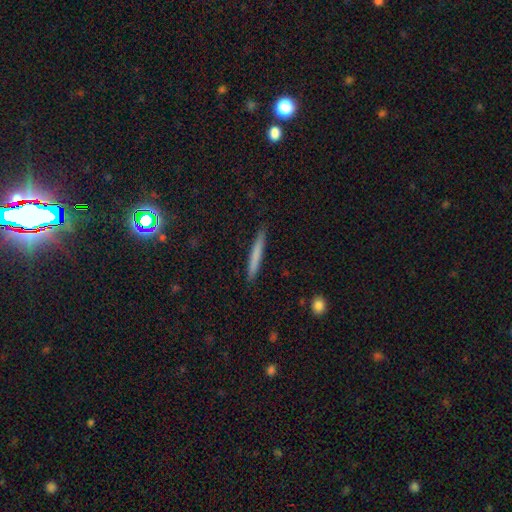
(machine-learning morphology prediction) The model was most divided on "smooth or featured": smooth: 71%, featured or disk: 22%, star or artifact: 7%. More confident: how rounded — cigar-shaped (96%); merging — none (90%).